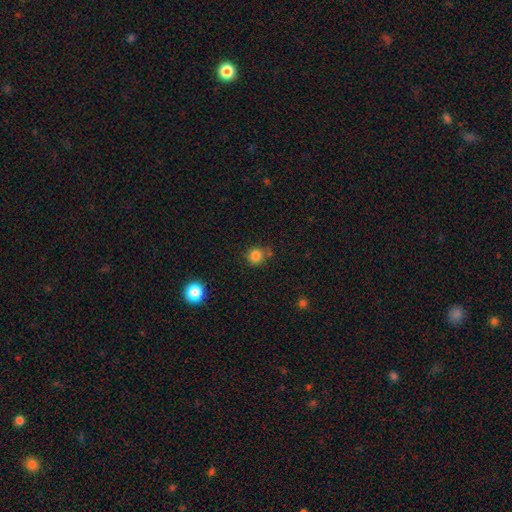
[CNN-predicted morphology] Smooth or featured?
  - smooth: 83% *
  - star or artifact: 12%
  - featured or disk: 4%
How rounded?
  - round: 89% *
  - in between: 10%
  - cigar-shaped: 1%
Merging?
  - none: 70% *
  - minor disturbance: 16%
  - merger: 9%
  - major disturbance: 5%